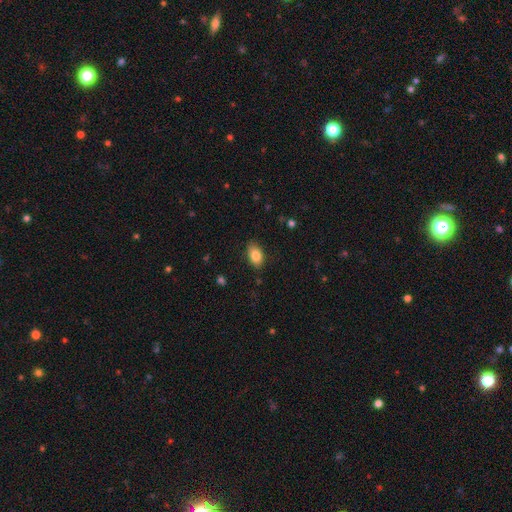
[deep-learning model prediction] Smooth or featured? smooth (85%)
How rounded? in between (90%)
Merging? none (84%)